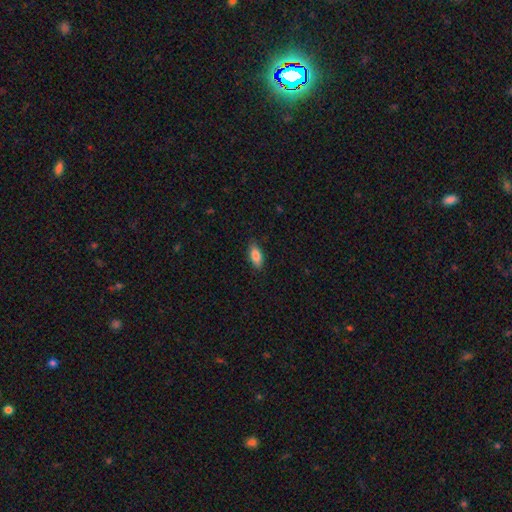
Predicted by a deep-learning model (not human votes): Smooth or featured?
  - smooth: 84% *
  - featured or disk: 9%
  - star or artifact: 7%
How rounded?
  - in between: 85% *
  - cigar-shaped: 13%
  - round: 3%
Merging?
  - none: 85% *
  - minor disturbance: 12%
  - major disturbance: 2%
  - merger: 1%